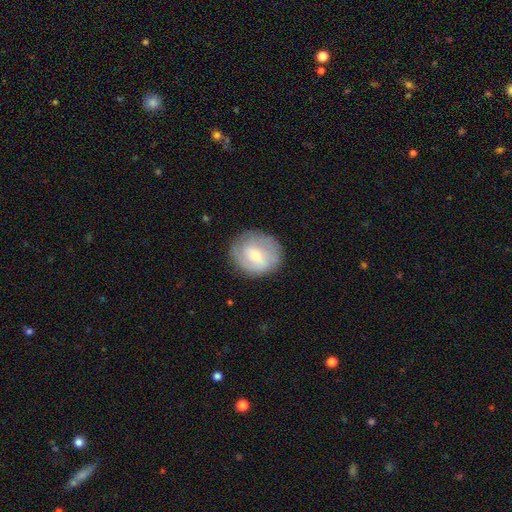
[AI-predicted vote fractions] smooth-or-featured: featured or disk: 58% | smooth: 35% | star or artifact: 7%
  disk-edge-on: no: 96% | yes: 4%
    bar: weak: 47% | no: 40% | strong: 13%
    has-spiral-arms: yes: 76% | no: 24%
    bulge-size: moderate: 49% | small: 46% | large: 2% | none: 1% | dominant: 1%
  merging: none: 80% | minor disturbance: 14% | major disturbance: 5% | merger: 1%